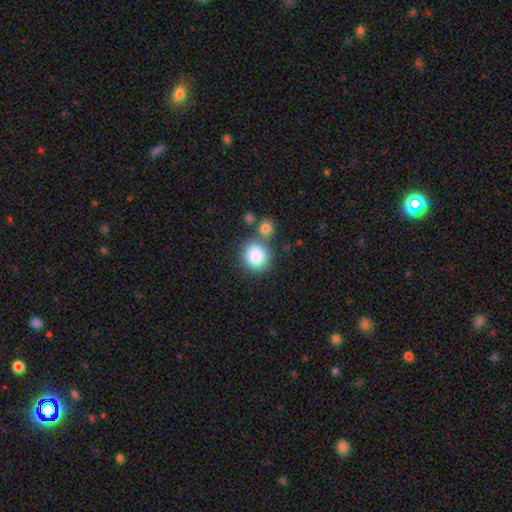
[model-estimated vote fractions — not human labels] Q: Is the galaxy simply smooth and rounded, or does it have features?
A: smooth — 84%.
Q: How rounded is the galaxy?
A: round — 83%.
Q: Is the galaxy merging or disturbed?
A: none — 62%.